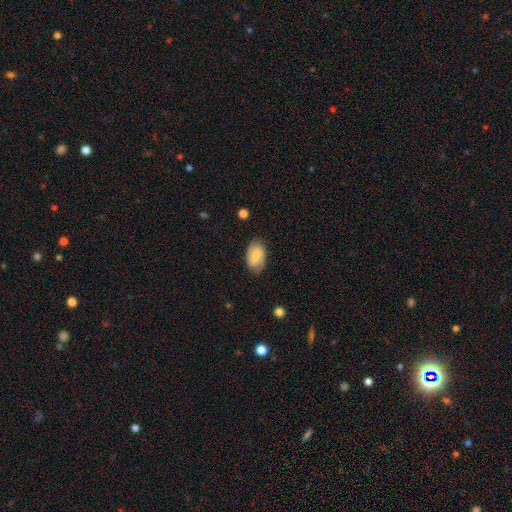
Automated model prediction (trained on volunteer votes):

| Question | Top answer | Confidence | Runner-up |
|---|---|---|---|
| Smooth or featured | smooth | 65% | featured or disk (27%) |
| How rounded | in between | 91% | round (7%) |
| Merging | none | 73% | minor disturbance (21%) |